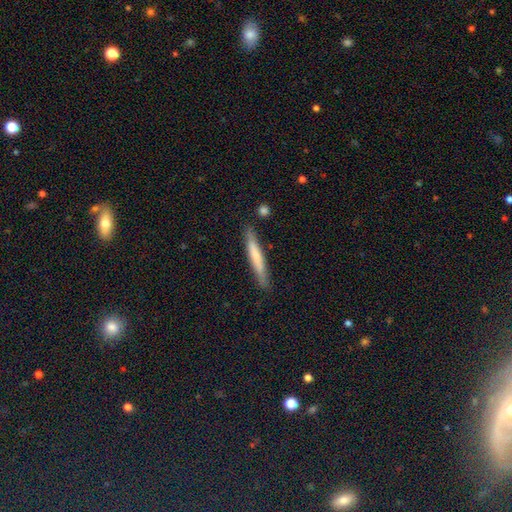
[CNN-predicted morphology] This is likely a smooth galaxy (63%). How rounded: clearly cigar-shaped (95%). Merging: clearly none (85%).